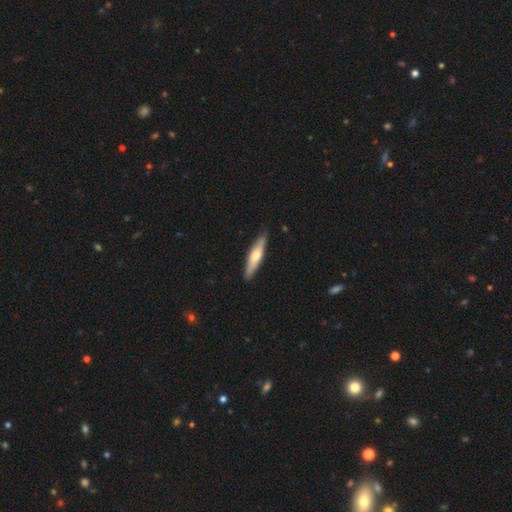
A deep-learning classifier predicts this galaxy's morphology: Overall: smooth (55%; featured or disk 41%). How rounded: cigar-shaped (80%). Merging: none (87%).